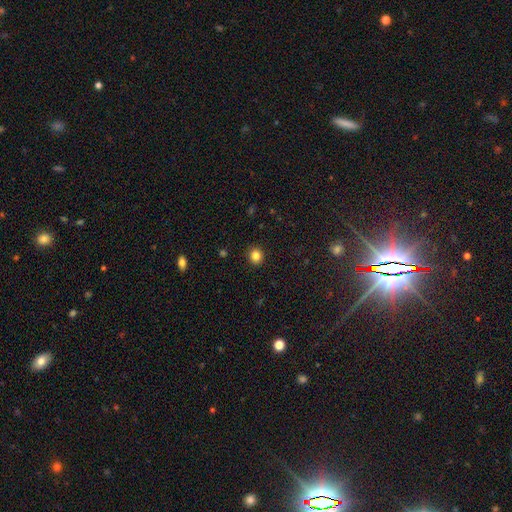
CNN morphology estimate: smooth-or-featured: smooth: 84% | star or artifact: 12% | featured or disk: 4%
  how-rounded: round: 84% | in between: 15% | cigar-shaped: 1%
  merging: none: 92% | minor disturbance: 5% | major disturbance: 2% | merger: 1%